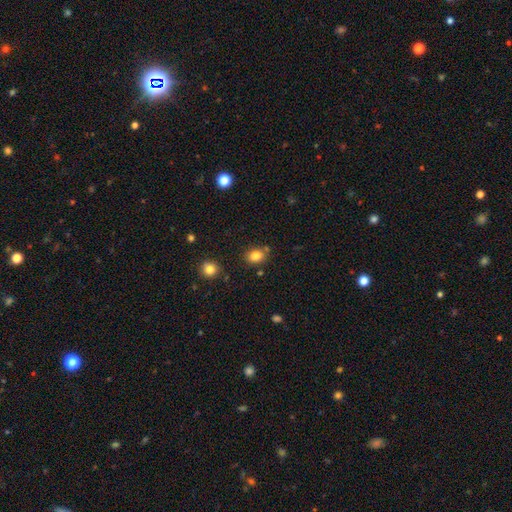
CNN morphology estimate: smooth-or-featured: smooth: 82% | star or artifact: 11% | featured or disk: 7%
  how-rounded: in between: 59% | round: 40% | cigar-shaped: 1%
  merging: none: 75% | minor disturbance: 14% | merger: 8% | major disturbance: 3%